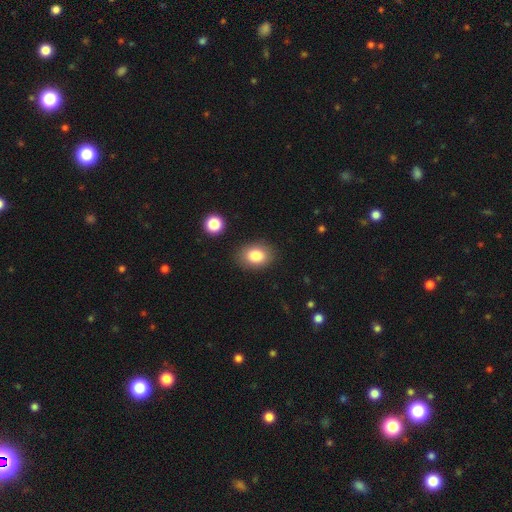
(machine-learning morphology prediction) The model was most divided on "how rounded": in between: 67%, round: 32%, cigar-shaped: 1%. More confident: merging — none (85%); smooth or featured — smooth (84%).